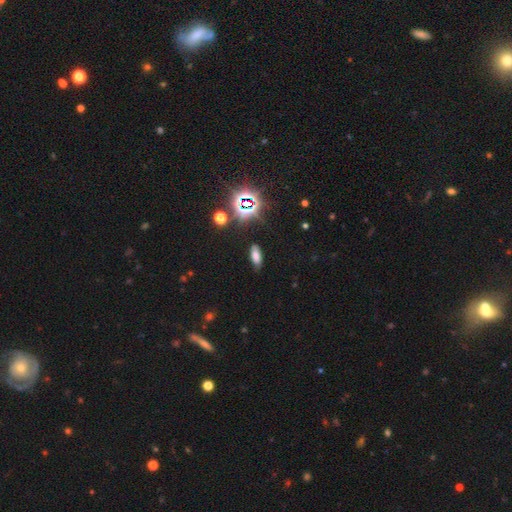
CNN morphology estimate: smooth_or_featured: smooth (p=0.66) [alt: star or artifact p=0.24]
how_rounded: in between (p=0.75) [alt: cigar-shaped p=0.21]
merging: none (p=0.82) [alt: minor disturbance p=0.13]